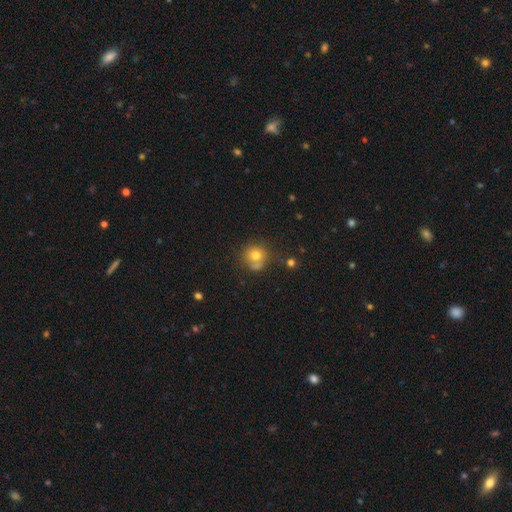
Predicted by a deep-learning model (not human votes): The model was most divided on "merging": none: 53%, merger: 24%, minor disturbance: 16%, major disturbance: 7%. More confident: how rounded — round (84%); smooth or featured — smooth (76%).